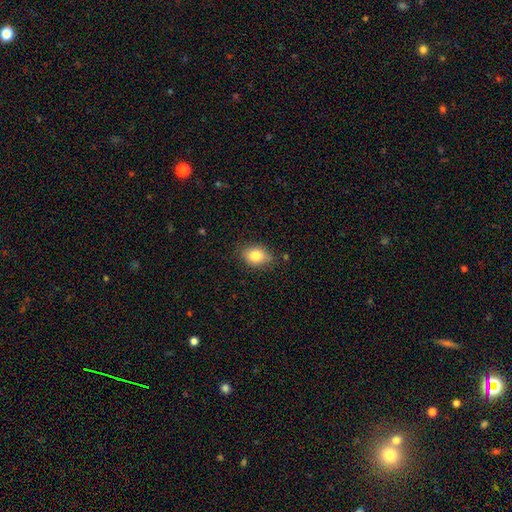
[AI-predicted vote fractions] Overall: smooth (82%). How rounded: in between (68%; round 30%). Merging: none (79%).